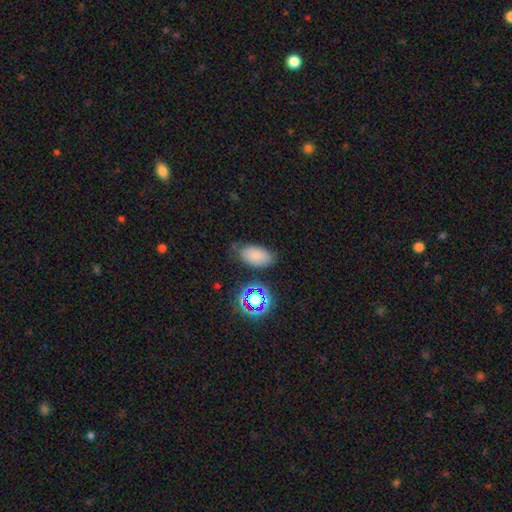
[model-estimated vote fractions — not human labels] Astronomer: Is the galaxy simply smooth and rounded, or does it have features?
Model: smooth — 76%.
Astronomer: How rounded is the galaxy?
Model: in between — 92%.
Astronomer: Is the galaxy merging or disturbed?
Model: none — 72%.